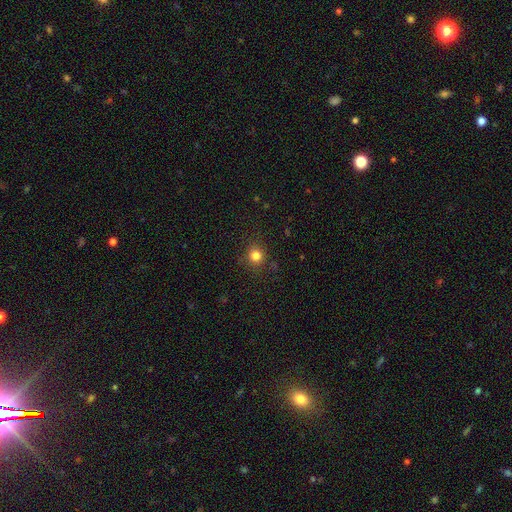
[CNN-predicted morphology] type=smooth (81%); roundness=round (89%); merging=none (86%).